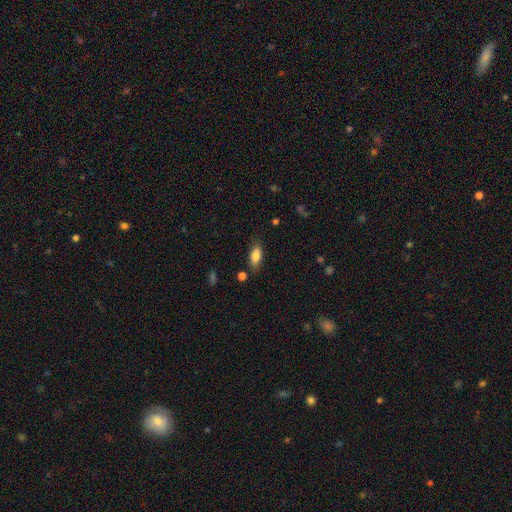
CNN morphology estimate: Smooth or featured: smooth — 83% (featured or disk — 10%)
How rounded: in between — 83% (cigar-shaped — 14%)
Merging: none — 80% (minor disturbance — 14%)